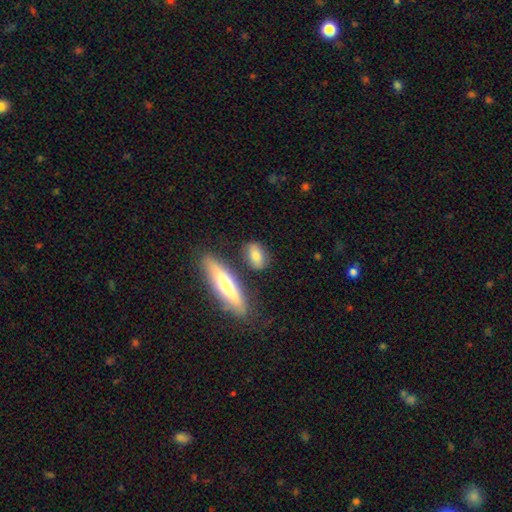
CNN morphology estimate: smooth 75%, featured or disk 18%, star or artifact 7%. Down the decision tree: how rounded — in between (69%); merging — none (75%).